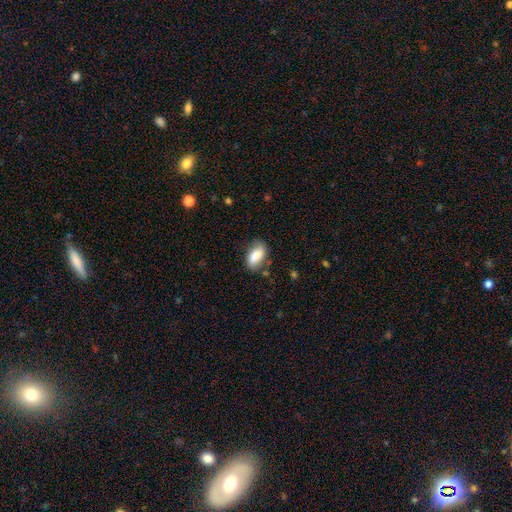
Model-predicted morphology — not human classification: Q: Smooth or featured?
A: smooth (76%); runner-up: featured or disk (17%)
Q: How rounded?
A: in between (91%); runner-up: round (6%)
Q: Merging?
A: none (69%); runner-up: minor disturbance (22%)